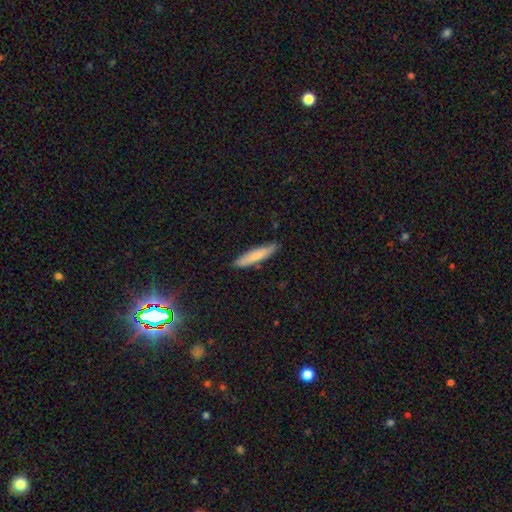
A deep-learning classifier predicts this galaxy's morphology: A smooth galaxy with no disk features (78%) that is cigar-shaped (85%).

Vote fractions:
- Smooth or featured? smooth: 78% / featured or disk: 16% / star or artifact: 6%
- How rounded? cigar-shaped: 85% / in between: 14% / round: 1%
- Merging? none: 87% / minor disturbance: 10% / major disturbance: 2% / merger: 1%